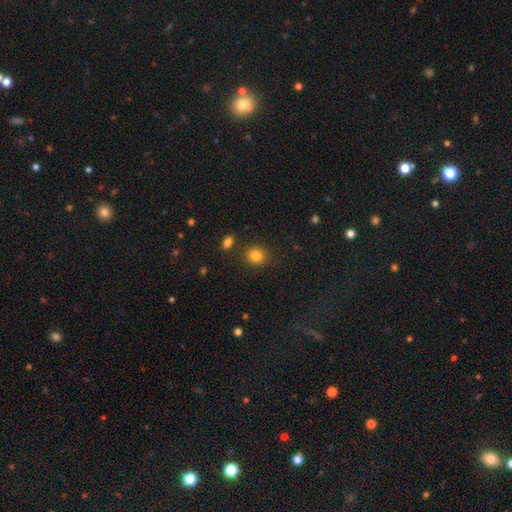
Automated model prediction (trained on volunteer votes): Overall: smooth (84%). How rounded: round (82%). Merging: none (84%).